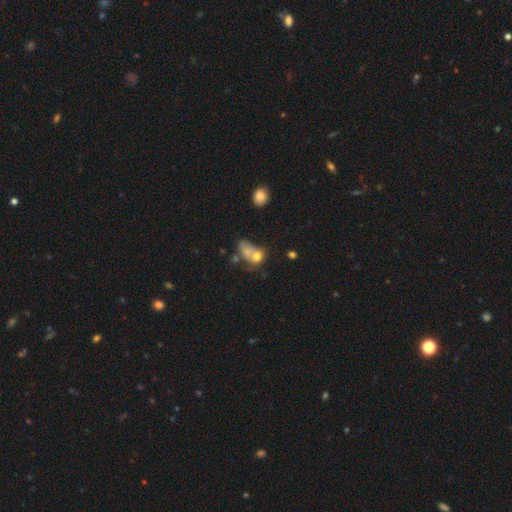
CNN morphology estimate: type=smooth (62%); roundness=in between (57%); merging=merger (45%).